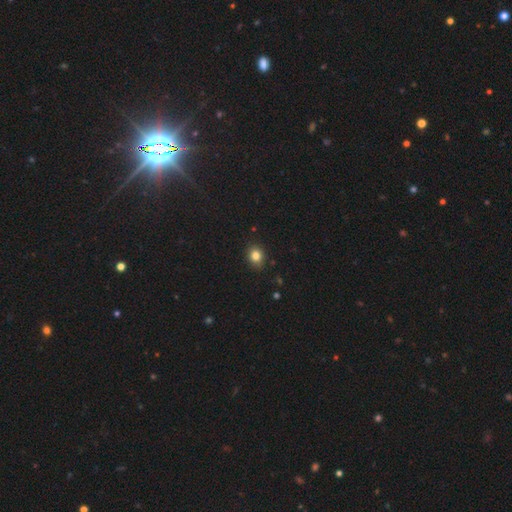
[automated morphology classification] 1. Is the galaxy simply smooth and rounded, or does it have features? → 82% smooth, 12% star or artifact, 6% featured or disk.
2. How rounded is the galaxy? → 64% round, 35% in between, 1% cigar-shaped.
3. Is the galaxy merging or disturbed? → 87% none, 10% minor disturbance, 2% major disturbance, 1% merger.